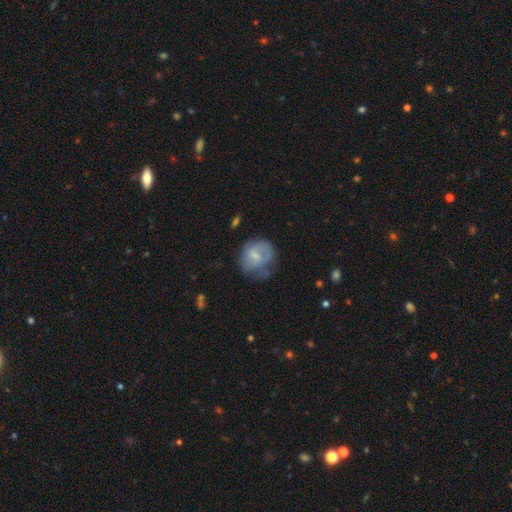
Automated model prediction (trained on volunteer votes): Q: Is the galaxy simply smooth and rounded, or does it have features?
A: featured or disk — 46%, tied with smooth.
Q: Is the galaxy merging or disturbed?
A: none — 46%.